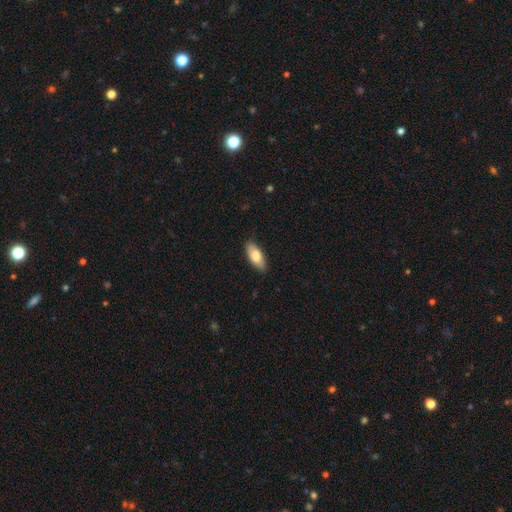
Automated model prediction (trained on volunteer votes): Overall: smooth (77%). How rounded: in between (82%). Merging: none (86%).